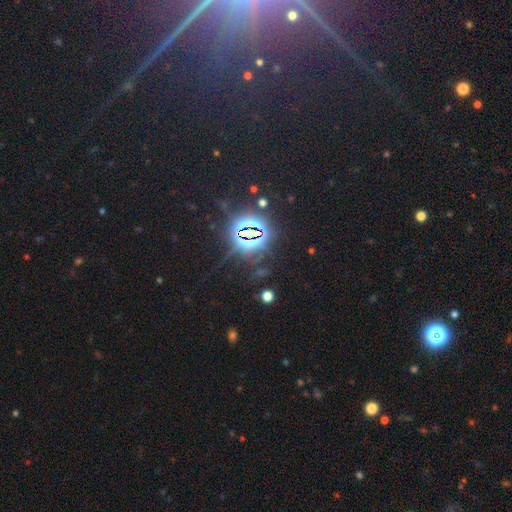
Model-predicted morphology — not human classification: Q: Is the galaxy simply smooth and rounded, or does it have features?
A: star or artifact — 84%.